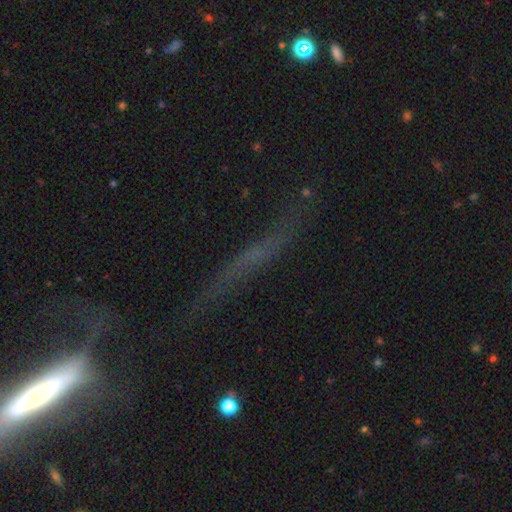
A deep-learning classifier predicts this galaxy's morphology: The model was most divided on "smooth or featured": featured or disk: 43%, smooth: 34%, star or artifact: 24%. More confident: merging — none (63%).